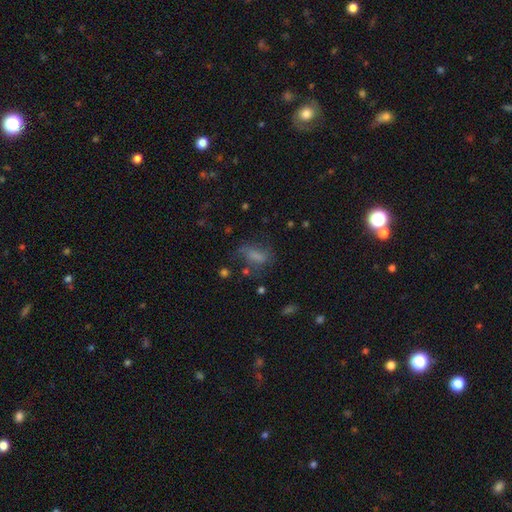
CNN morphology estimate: A smooth galaxy with no disk features (61%) that is in between round and cigar-shaped (75%).

Vote fractions:
- Smooth or featured? smooth: 61% / featured or disk: 23% / star or artifact: 16%
- How rounded? in between: 75% / cigar-shaped: 15% / round: 10%
- Merging? none: 43% / major disturbance: 28% / minor disturbance: 24% / merger: 5%